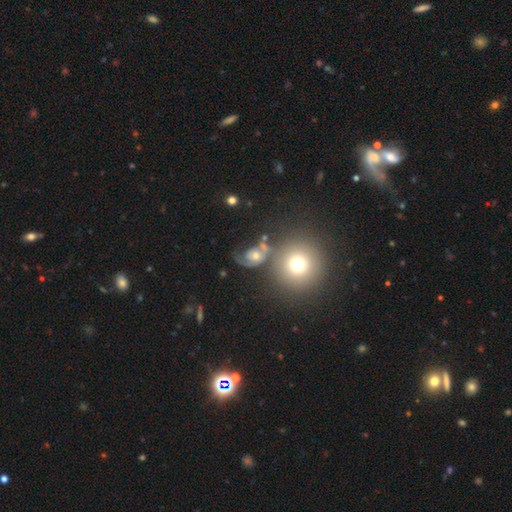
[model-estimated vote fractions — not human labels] Q: Smooth or featured?
A: featured or disk (59%); runner-up: smooth (29%)
Q: Edge-on disk?
A: no (97%); runner-up: yes (3%)
Q: Bar?
A: no (75%); runner-up: weak (20%)
Q: Spiral arms?
A: yes (84%); runner-up: no (16%)
Q: Bulge size?
A: moderate (58%); runner-up: small (26%)
Q: Merging?
A: none (45%); runner-up: merger (19%)